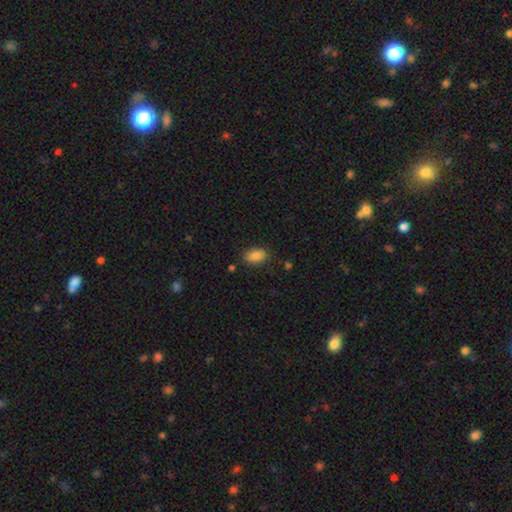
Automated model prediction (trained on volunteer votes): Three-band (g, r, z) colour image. It shows a smooth galaxy with no disk features (87%) that is in between round and cigar-shaped (90%). Merging: none (84%).